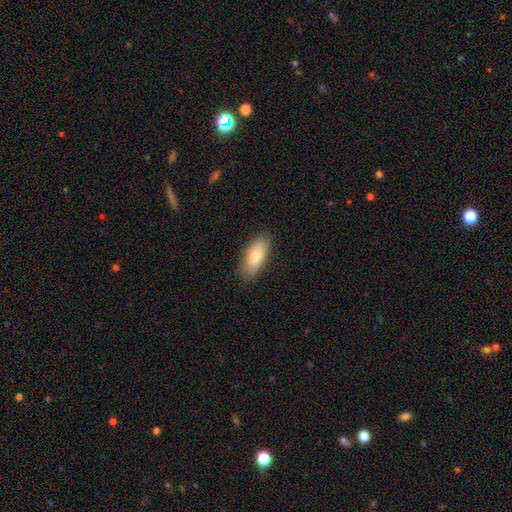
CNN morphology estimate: This appears to be a smooth galaxy with no disk features (79%) that is in between round and cigar-shaped (85%). Merging: none (85%).